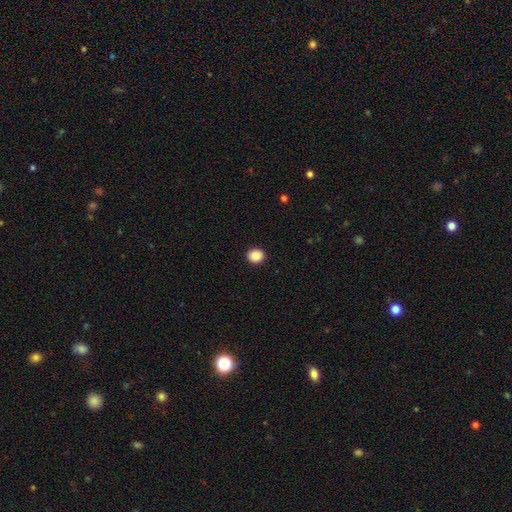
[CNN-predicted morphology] smooth_or_featured: smooth (p=0.89) [alt: star or artifact p=0.09]
how_rounded: round (p=0.79) [alt: in between p=0.20]
merging: none (p=0.92) [alt: minor disturbance p=0.05]